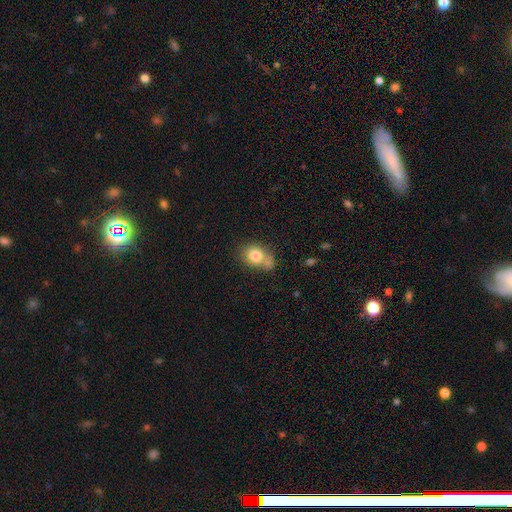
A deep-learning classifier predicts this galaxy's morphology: Smooth or featured: smooth — 77% (featured or disk — 13%)
How rounded: round — 53% (in between — 46%)
Merging: none — 46% (merger — 25%)